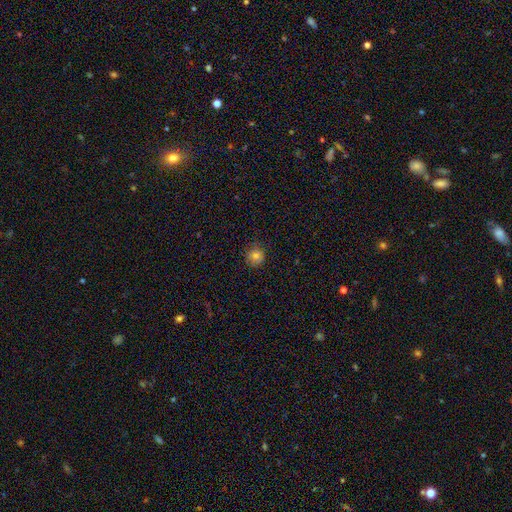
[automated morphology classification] Q: Smooth or featured?
A: smooth (80%); runner-up: star or artifact (12%)
Q: How rounded?
A: round (92%); runner-up: in between (7%)
Q: Merging?
A: none (84%); runner-up: minor disturbance (12%)